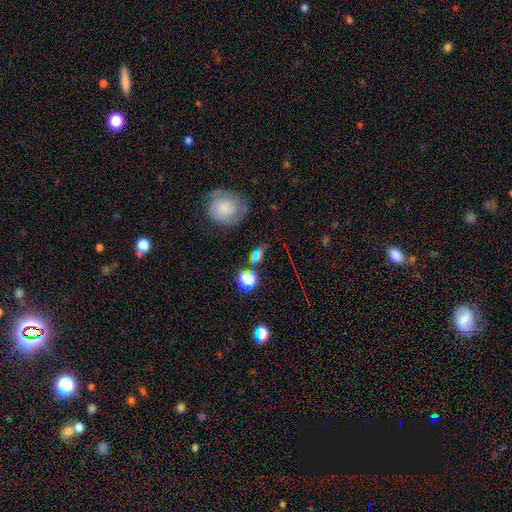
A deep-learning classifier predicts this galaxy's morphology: Overall: smooth (46%; star or artifact 35%). Merging: none (72%).